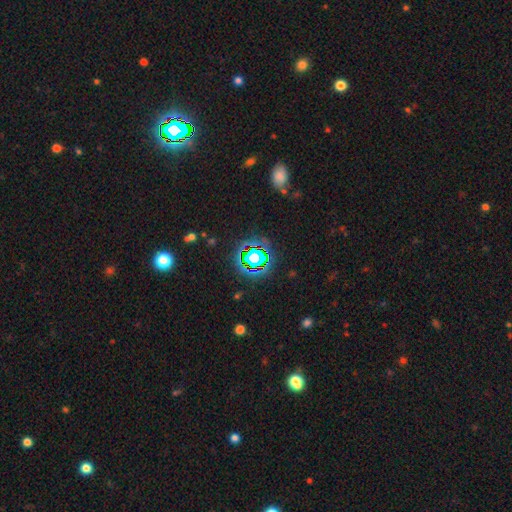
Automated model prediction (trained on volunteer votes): Overall: star or artifact (68%).